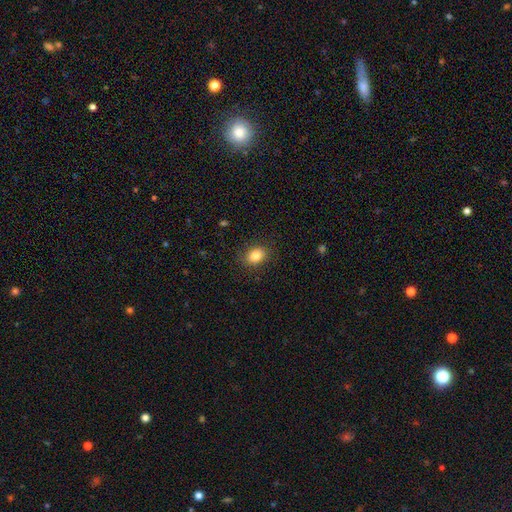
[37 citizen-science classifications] This is clearly a smooth galaxy (92%). How rounded: possibly in between (59%). Merging: clearly none (80%).